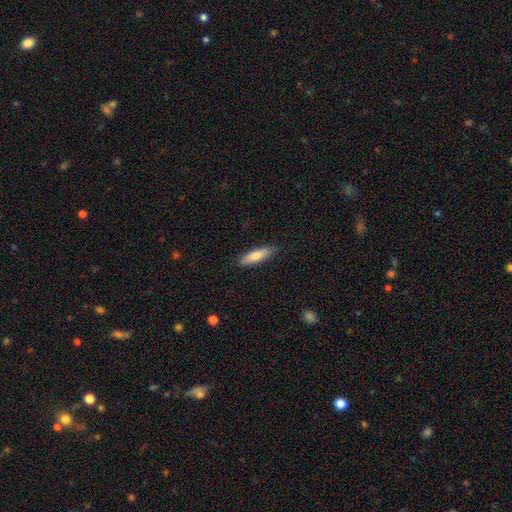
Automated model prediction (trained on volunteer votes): Smooth or featured: smooth — 74% (featured or disk — 20%)
How rounded: cigar-shaped — 63% (in between — 35%)
Merging: none — 87% (minor disturbance — 10%)